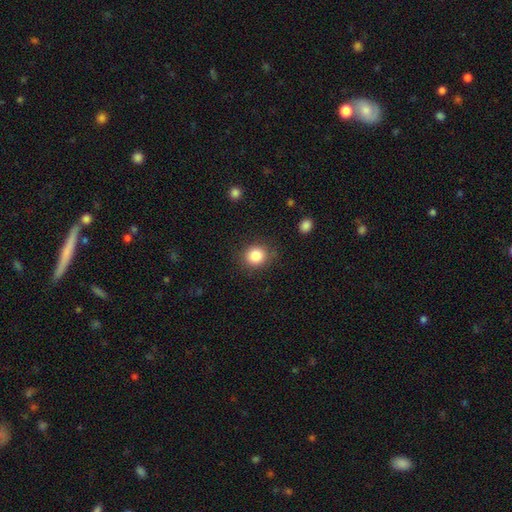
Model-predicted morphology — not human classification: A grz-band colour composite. It shows a smooth galaxy with no disk features (85%) that is round (83%). Merging: none (84%).